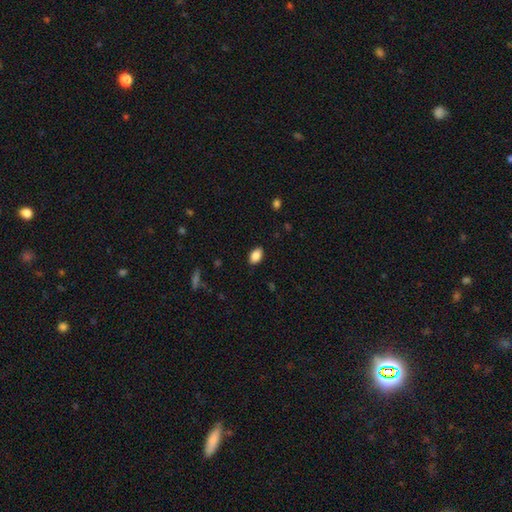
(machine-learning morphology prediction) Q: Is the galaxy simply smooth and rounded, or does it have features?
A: smooth — 87%.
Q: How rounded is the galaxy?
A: in between — 91%.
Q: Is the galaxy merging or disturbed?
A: none — 87%.